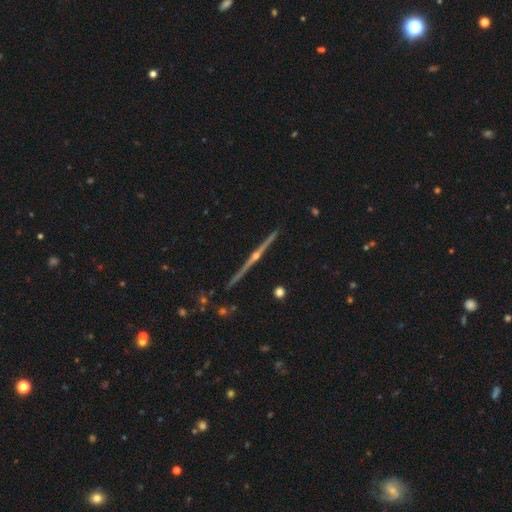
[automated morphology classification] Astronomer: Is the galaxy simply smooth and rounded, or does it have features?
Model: featured or disk — 88%.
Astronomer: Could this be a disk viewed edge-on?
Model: yes — 98%.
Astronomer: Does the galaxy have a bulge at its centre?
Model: rounded — 91%.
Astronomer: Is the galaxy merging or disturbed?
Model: none — 90%.